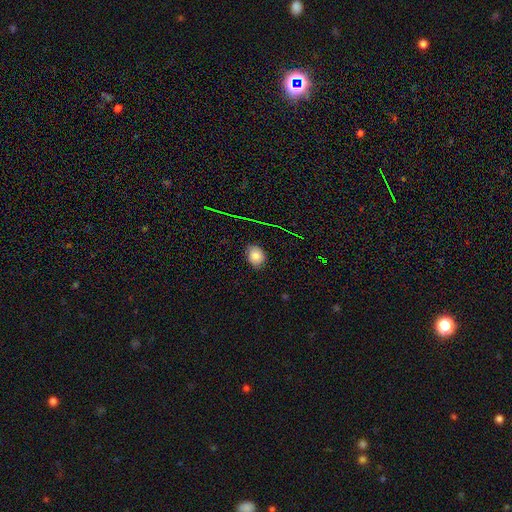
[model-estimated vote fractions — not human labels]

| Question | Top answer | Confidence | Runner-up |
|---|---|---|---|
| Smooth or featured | smooth | 77% | star or artifact (14%) |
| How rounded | in between | 51% | round (48%) |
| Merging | none | 82% | minor disturbance (15%) |